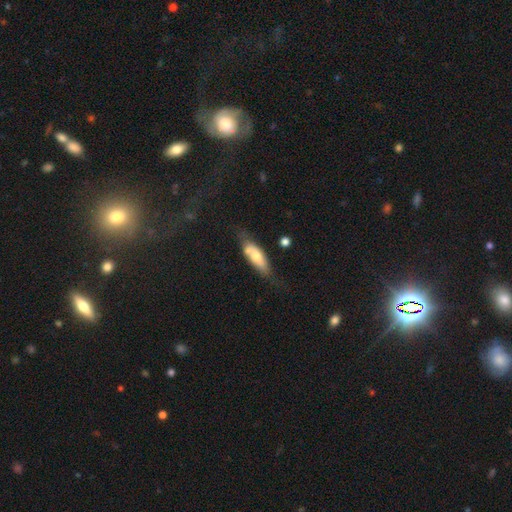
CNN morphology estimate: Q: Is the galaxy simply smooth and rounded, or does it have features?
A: smooth — 59%.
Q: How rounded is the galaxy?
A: in between — 64%.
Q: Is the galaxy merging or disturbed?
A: none — 54%.